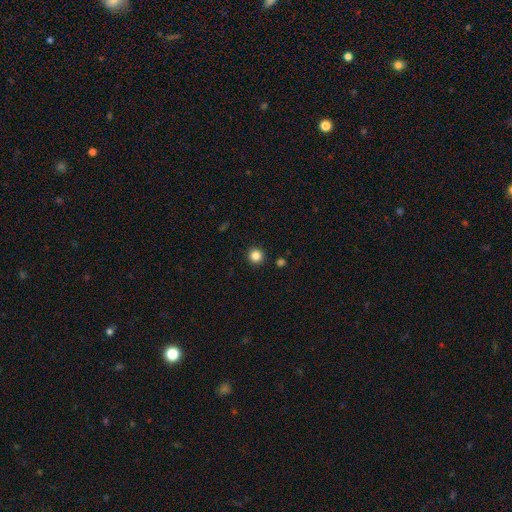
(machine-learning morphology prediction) The model was most divided on "smooth or featured": smooth: 84%, star or artifact: 12%, featured or disk: 4%. More confident: how rounded — round (95%); merging — none (92%).